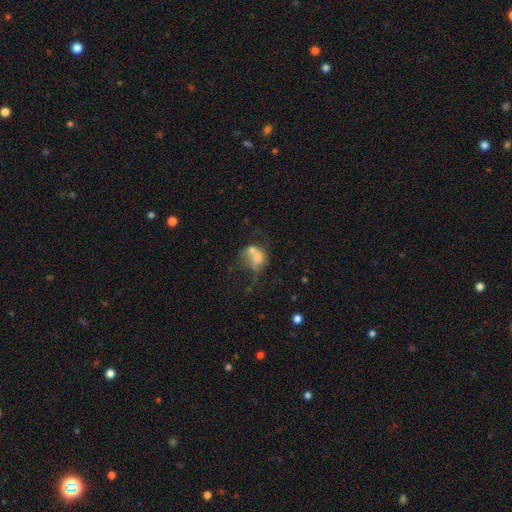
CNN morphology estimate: A smooth galaxy with no disk features (53%) that is in between round and cigar-shaped (55%). Merging: merger (50%).